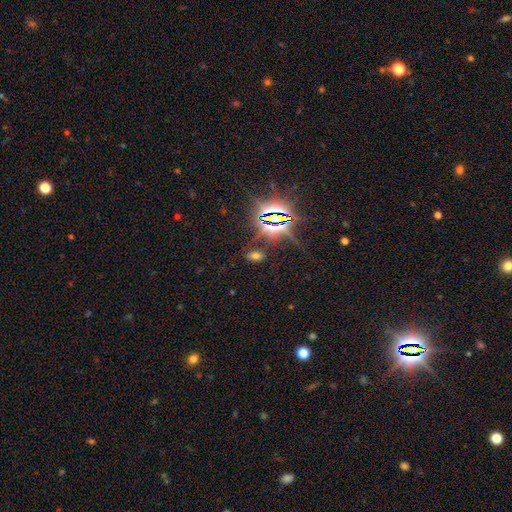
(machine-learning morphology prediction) star or artifact 45% (tied), smooth 45% (tied), featured or disk 10%.